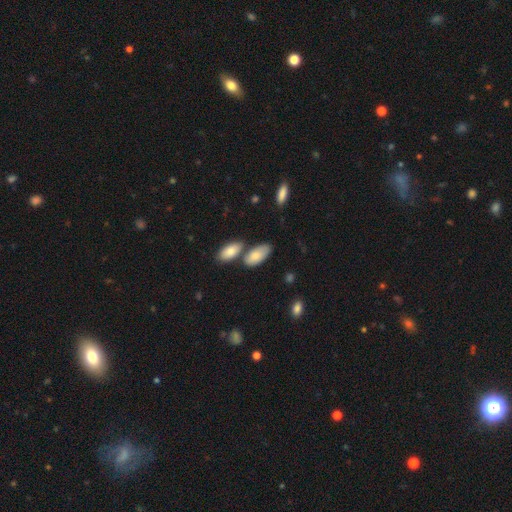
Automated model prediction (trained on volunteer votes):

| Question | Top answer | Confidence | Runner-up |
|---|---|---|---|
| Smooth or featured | smooth | 81% | featured or disk (13%) |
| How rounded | in between | 92% | cigar-shaped (5%) |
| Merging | none | 56% | merger (25%) |